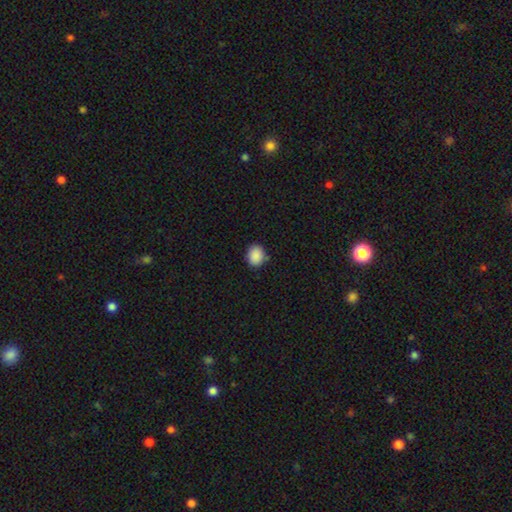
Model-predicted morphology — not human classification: This appears to be a smooth galaxy with no disk features (89%) that is round (53%). Merging: none (82%).